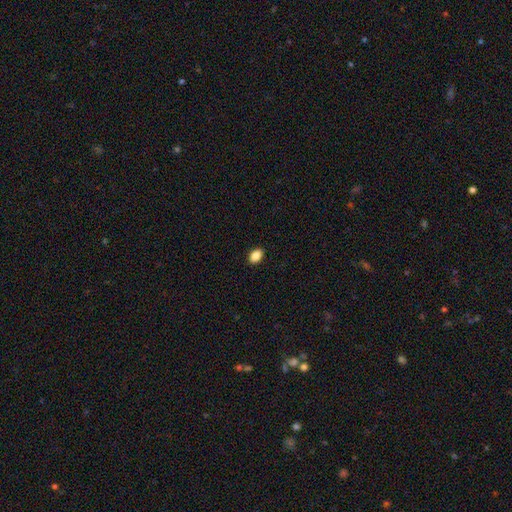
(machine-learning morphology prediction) smooth_or_featured: smooth (p=0.88) [alt: star or artifact p=0.08]
how_rounded: in between (p=0.84) [alt: round p=0.14]
merging: none (p=0.91) [alt: minor disturbance p=0.07]